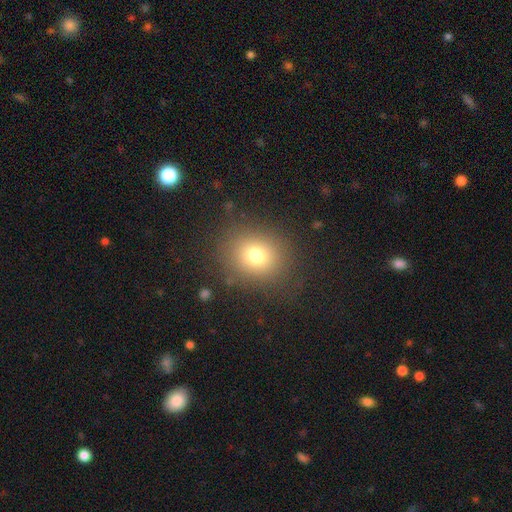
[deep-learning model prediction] Smooth or featured? Predicted: smooth (p=0.74). How rounded? Predicted: round (p=0.76). Merging? Predicted: none (p=0.84).